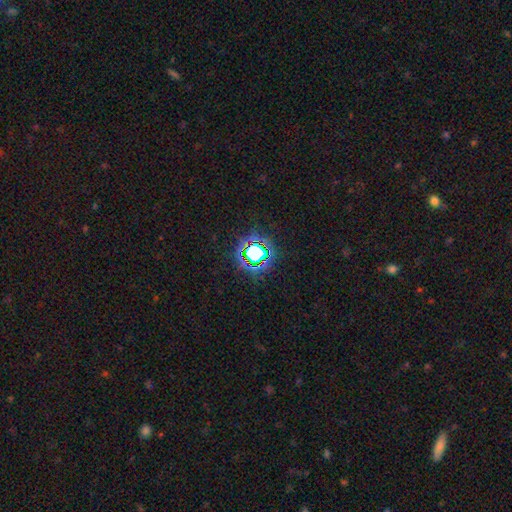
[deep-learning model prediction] The model was most divided on "smooth or featured": star or artifact: 68%, smooth: 21%, featured or disk: 11%.